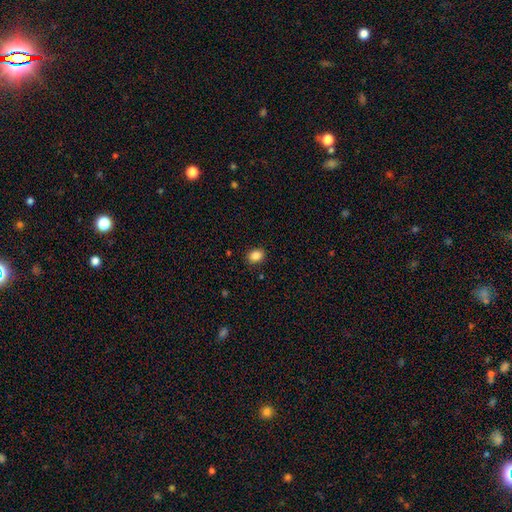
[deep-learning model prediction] Smooth or featured: smooth — 86% (star or artifact — 10%)
How rounded: in between — 56% (round — 43%)
Merging: none — 89% (minor disturbance — 8%)